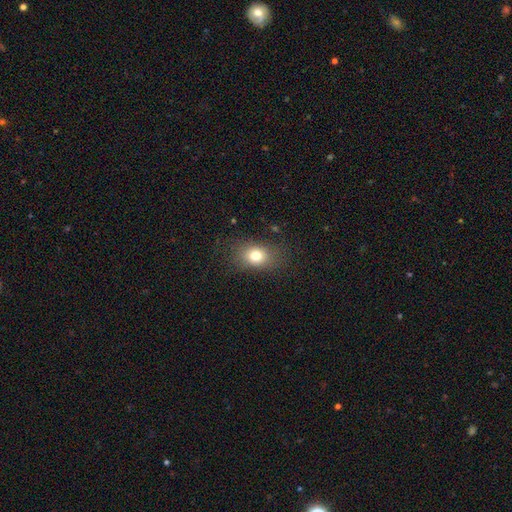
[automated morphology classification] A smooth galaxy with no disk features (77%) that is in between round and cigar-shaped (60%). Merging: none (79%).